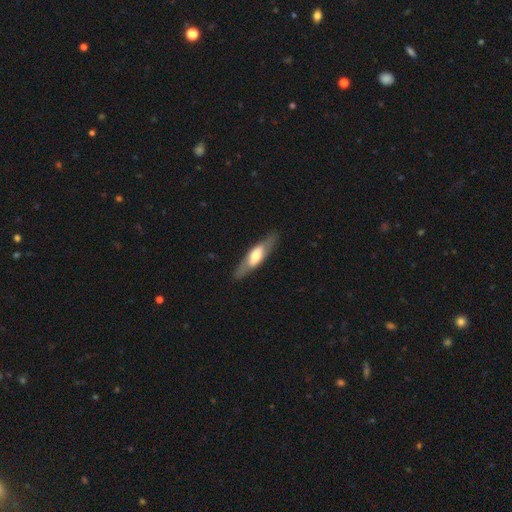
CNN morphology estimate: Q: Smooth or featured?
A: featured or disk (50%); runner-up: smooth (45%)
Q: Edge-on disk?
A: yes (67%); runner-up: no (33%)
Q: Merging?
A: none (84%); runner-up: minor disturbance (12%)